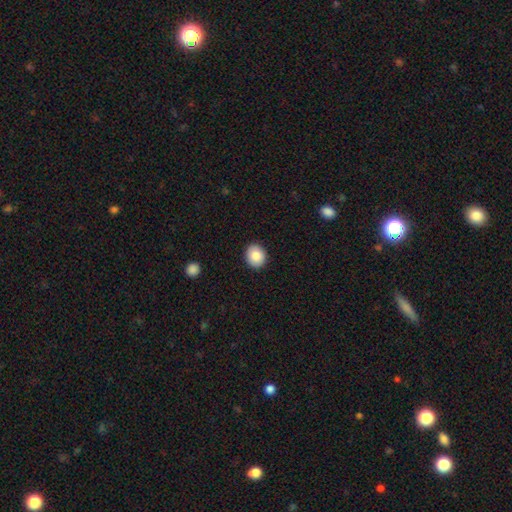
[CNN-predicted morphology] smooth_or_featured: smooth (p=0.84) [alt: star or artifact p=0.08]
how_rounded: round (p=0.66) [alt: in between p=0.34]
merging: none (p=0.91) [alt: minor disturbance p=0.06]